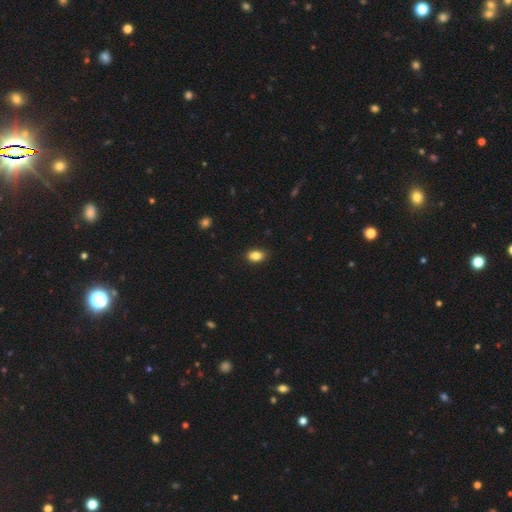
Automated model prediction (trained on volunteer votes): smooth-or-featured: smooth: 85% | star or artifact: 9% | featured or disk: 6%
  how-rounded: in between: 81% | round: 18% | cigar-shaped: 2%
  merging: none: 86% | minor disturbance: 11% | major disturbance: 2% | merger: 1%